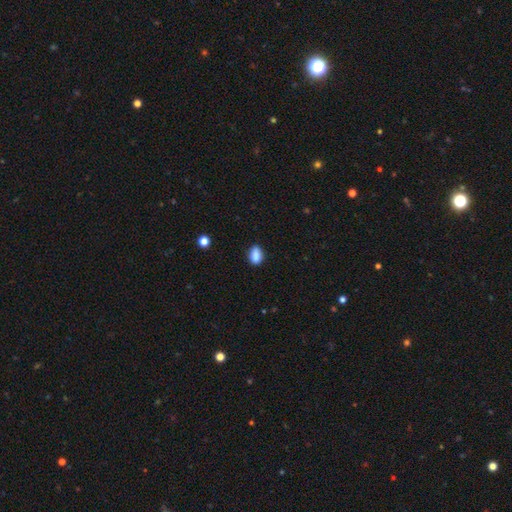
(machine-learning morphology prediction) A smooth galaxy with no disk features (86%) that is in between round and cigar-shaped (80%). Merging: none (75%).